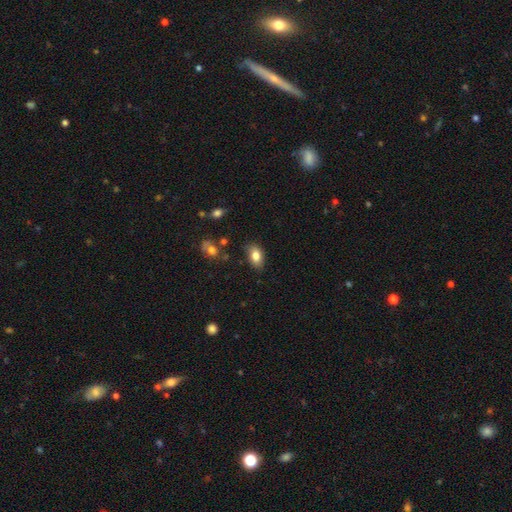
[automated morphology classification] A smooth galaxy with no disk features (82%) that is in between round and cigar-shaped (89%). Merging: none (81%).